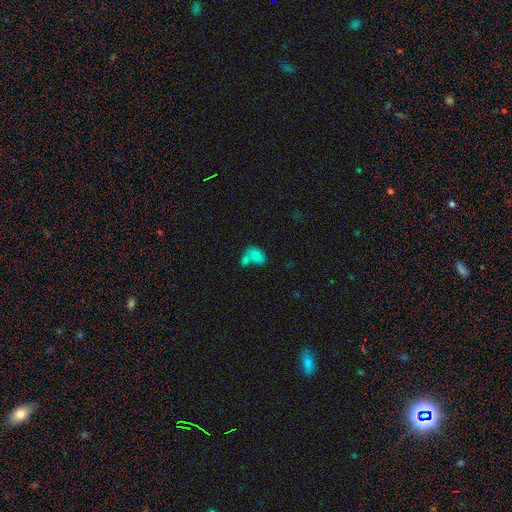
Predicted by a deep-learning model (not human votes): A smooth galaxy with no disk features (80%) that is in between round and cigar-shaped (87%).

Vote fractions:
- Smooth or featured? smooth: 80% / featured or disk: 11% / star or artifact: 9%
- How rounded? in between: 87% / round: 11% / cigar-shaped: 2%
- Merging? merger: 56% / none: 28% / minor disturbance: 10% / major disturbance: 6%